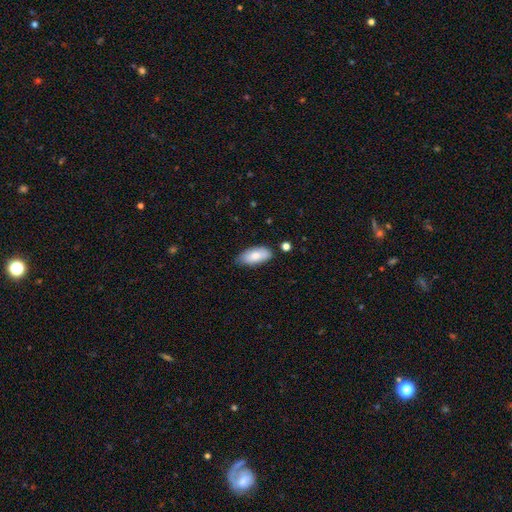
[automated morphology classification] smooth-or-featured: smooth: 80% | featured or disk: 14% | star or artifact: 7%
  how-rounded: in between: 90% | cigar-shaped: 8% | round: 2%
  merging: none: 71% | minor disturbance: 23% | major disturbance: 4% | merger: 3%